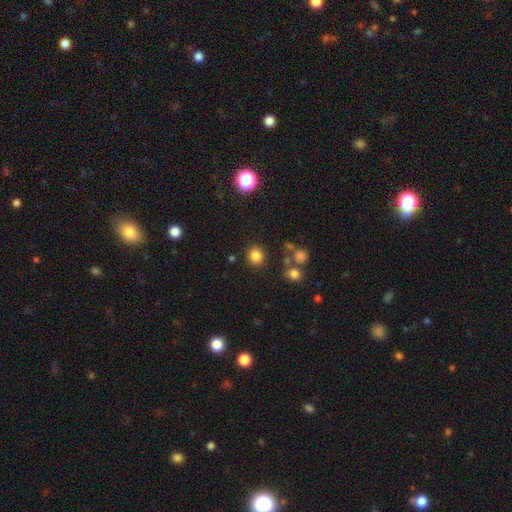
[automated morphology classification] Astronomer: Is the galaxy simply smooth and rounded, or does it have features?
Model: smooth — 81%.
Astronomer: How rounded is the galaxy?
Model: round — 87%.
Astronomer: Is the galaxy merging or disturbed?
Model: none — 85%.